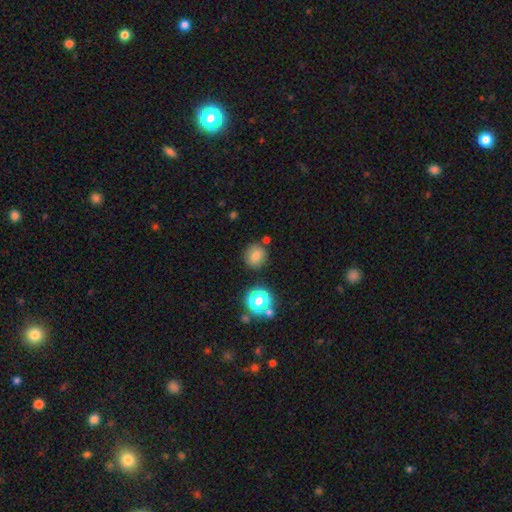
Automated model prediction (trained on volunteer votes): smooth_or_featured: smooth (p=0.77) [alt: star or artifact p=0.15]
how_rounded: round (p=0.85) [alt: in between p=0.14]
merging: none (p=0.82) [alt: minor disturbance p=0.09]